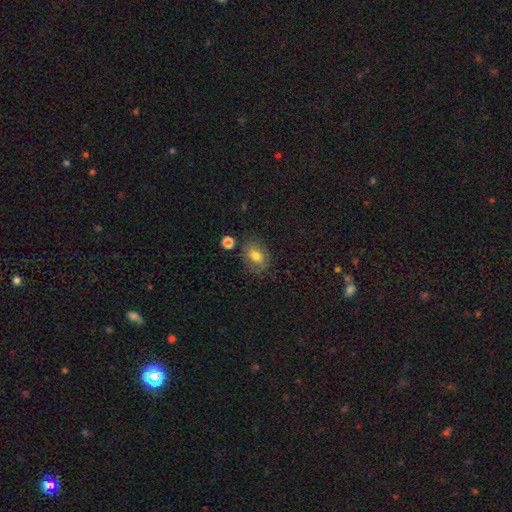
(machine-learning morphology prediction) smooth_or_featured: smooth (p=0.77) [alt: featured or disk p=0.13]
how_rounded: in between (p=0.69) [alt: round p=0.30]
merging: none (p=0.73) [alt: minor disturbance p=0.17]